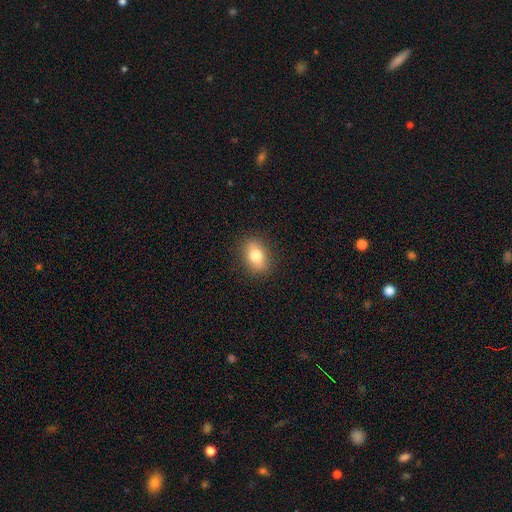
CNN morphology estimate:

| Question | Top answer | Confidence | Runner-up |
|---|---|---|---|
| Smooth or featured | smooth | 76% | featured or disk (15%) |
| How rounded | in between | 76% | round (21%) |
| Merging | none | 87% | minor disturbance (10%) |